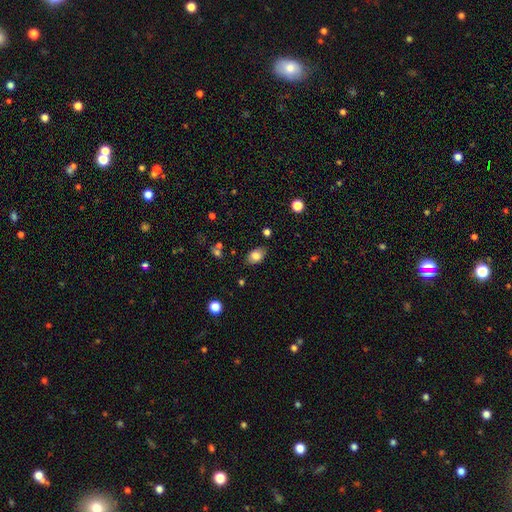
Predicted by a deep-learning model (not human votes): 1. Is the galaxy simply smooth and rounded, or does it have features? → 81% smooth, 10% featured or disk, 9% star or artifact.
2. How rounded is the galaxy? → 84% in between, 15% round, 1% cigar-shaped.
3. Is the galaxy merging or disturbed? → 81% none, 14% minor disturbance, 3% major disturbance, 2% merger.